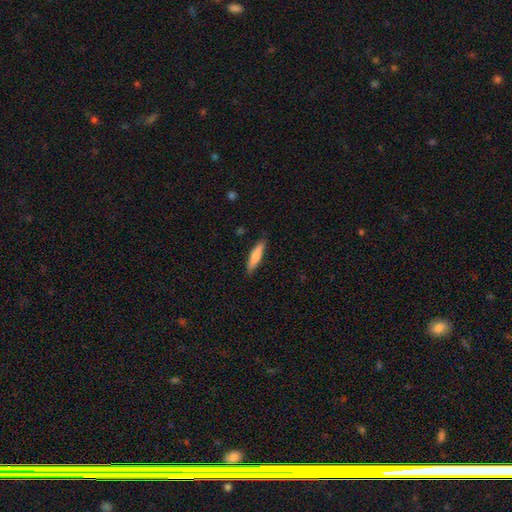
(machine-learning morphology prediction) The model was most divided on "smooth or featured": smooth: 73%, featured or disk: 22%, star or artifact: 5%. More confident: merging — none (87%); how rounded — cigar-shaped (81%).